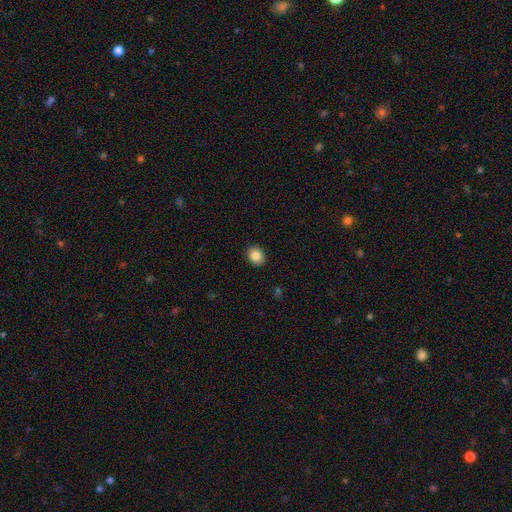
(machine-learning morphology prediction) smooth 87%, star or artifact 9%, featured or disk 5%. Down the decision tree: how rounded — round (53%); merging — none (90%).